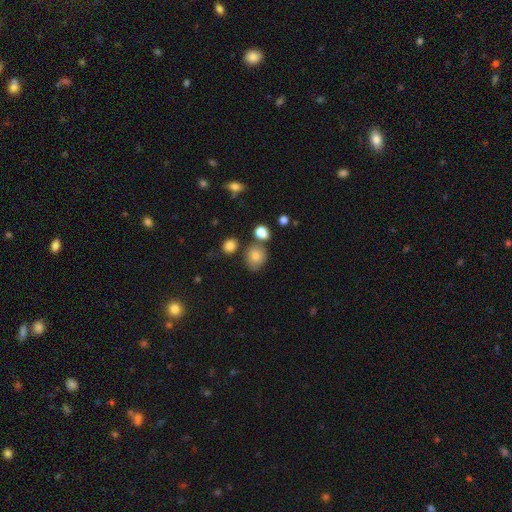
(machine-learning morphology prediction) Overall: smooth (80%). How rounded: round (69%; in between 30%). Merging: none (68%).